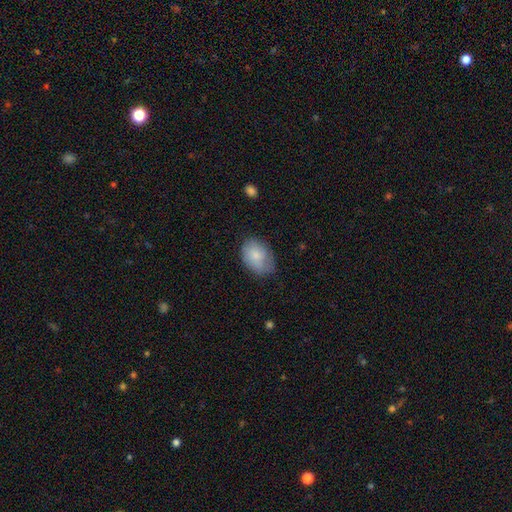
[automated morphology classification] Smooth or featured? smooth (76%)
How rounded? in between (77%)
Merging? none (63%)